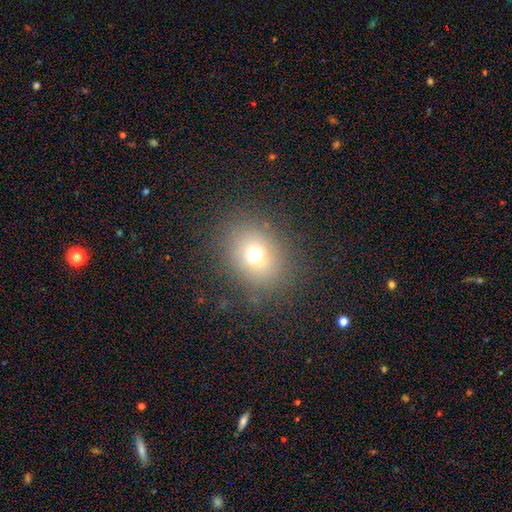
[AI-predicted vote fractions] Smooth or featured? Predicted: smooth (p=0.68). How rounded? Predicted: round (p=0.66). Merging? Predicted: none (p=0.82).